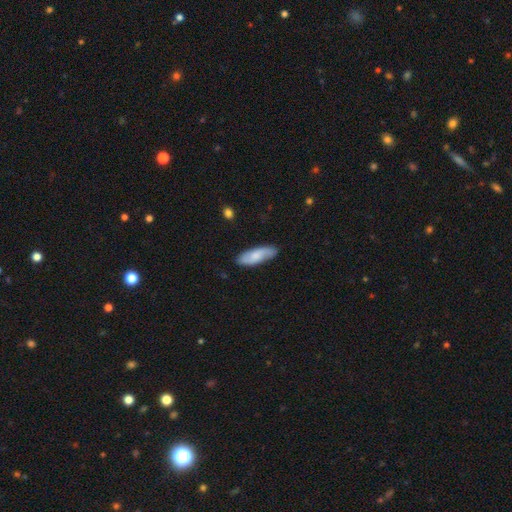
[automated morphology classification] The model was most divided on "how rounded": in between: 58%, cigar-shaped: 40%, round: 2%. More confident: merging — none (83%); smooth or featured — smooth (69%).